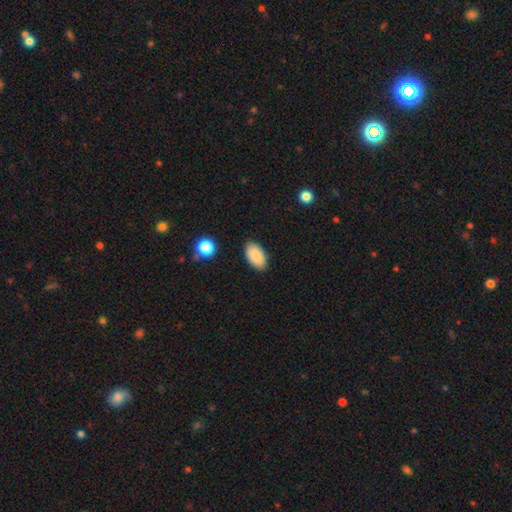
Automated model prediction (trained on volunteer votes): Smooth or featured: smooth — 87% (star or artifact — 7%)
How rounded: in between — 95% (round — 3%)
Merging: none — 87% (minor disturbance — 9%)